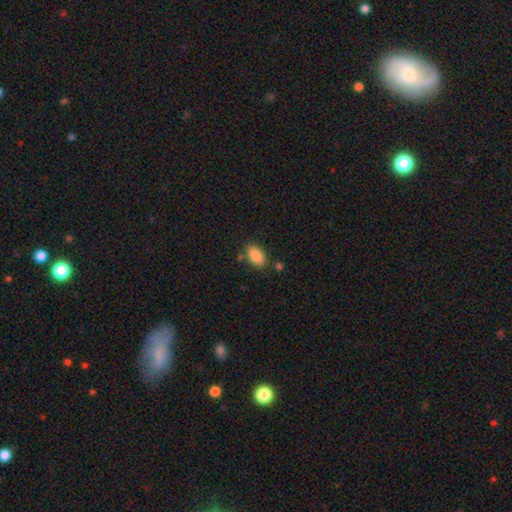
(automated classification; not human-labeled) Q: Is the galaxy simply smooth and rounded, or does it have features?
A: smooth — 88%.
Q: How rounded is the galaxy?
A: in between — 92%.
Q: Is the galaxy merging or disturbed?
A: none — 78%.